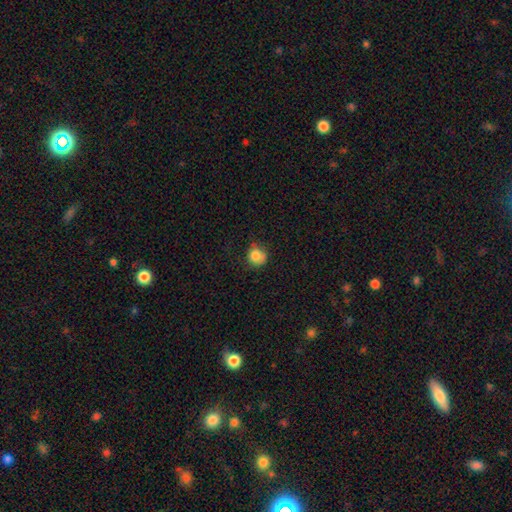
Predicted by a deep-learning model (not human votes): A smooth galaxy with no disk features (83%) that is round (86%). Merging: none (67%).